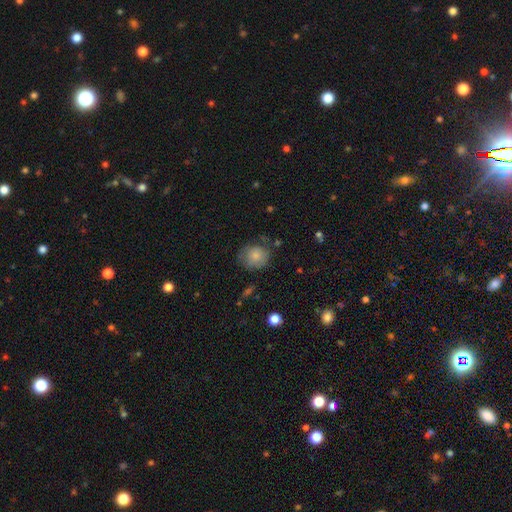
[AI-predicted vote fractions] Smooth or featured? smooth (78%)
How rounded? round (76%)
Merging? none (61%)